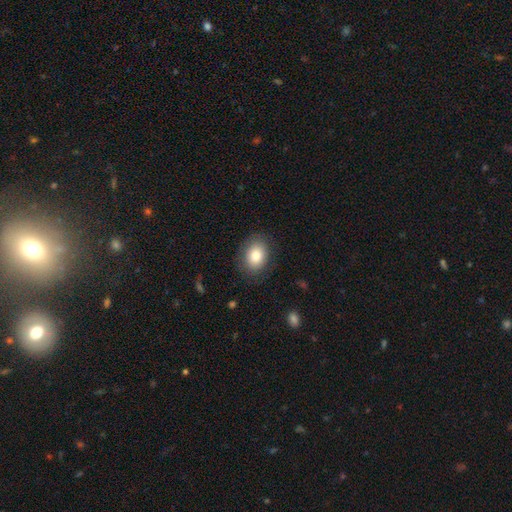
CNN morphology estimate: type=smooth (83%); roundness=in between (69%); merging=none (84%).